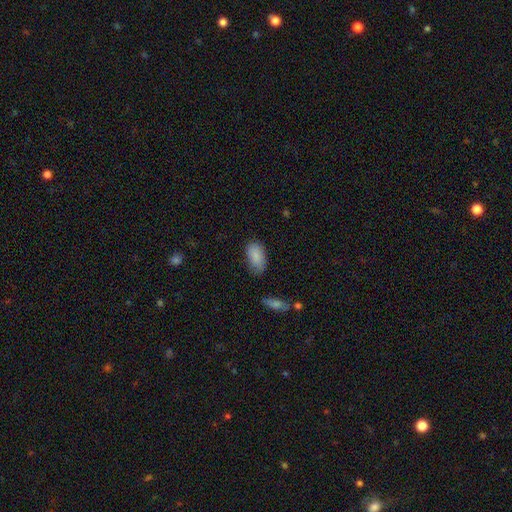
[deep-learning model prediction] The model was most divided on "merging": none: 64%, minor disturbance: 27%, major disturbance: 6%, merger: 2%. More confident: how rounded — in between (94%); smooth or featured — smooth (86%).